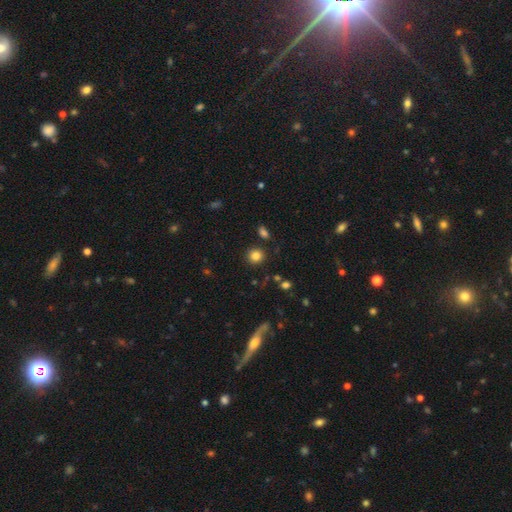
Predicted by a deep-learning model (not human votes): Q: Smooth or featured?
A: smooth (83%); runner-up: star or artifact (12%)
Q: How rounded?
A: round (88%); runner-up: in between (11%)
Q: Merging?
A: none (87%); runner-up: minor disturbance (7%)